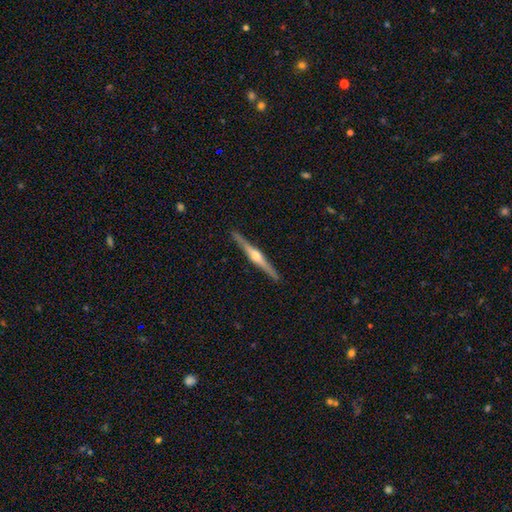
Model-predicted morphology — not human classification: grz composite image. It shows a featured or disk galaxy (79%) viewed edge-on (98%) with a rounded central bulge (92%). Merging: none (92%).